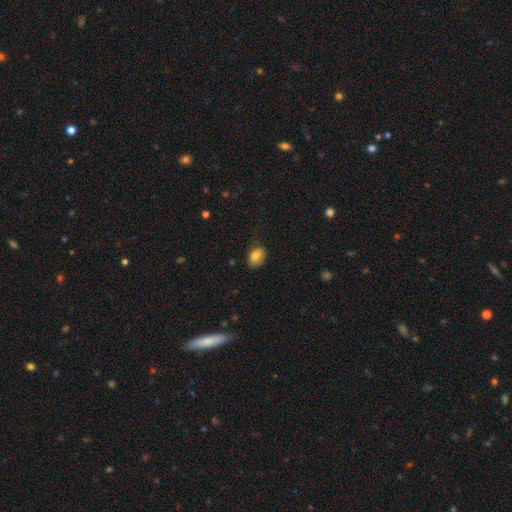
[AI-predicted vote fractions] This is clearly a smooth galaxy (82%). How rounded: likely in between (74%). Merging: likely none (76%).